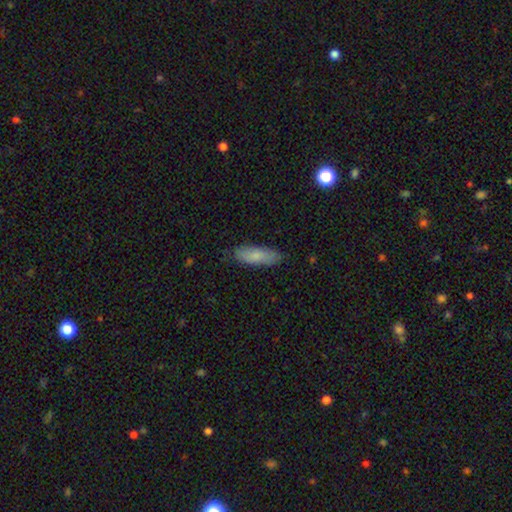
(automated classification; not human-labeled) Overall: smooth (83%). How rounded: in between (56%; cigar-shaped 42%). Merging: none (81%).